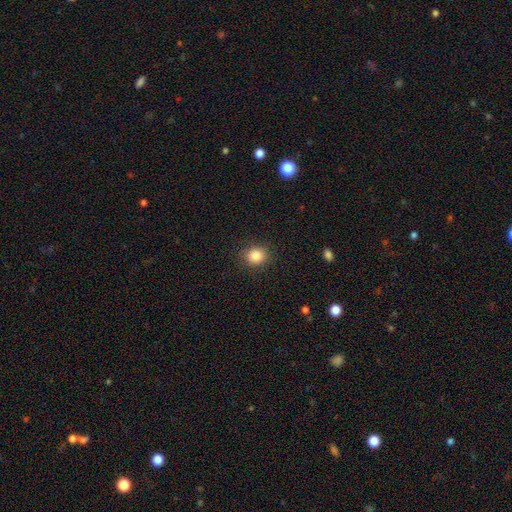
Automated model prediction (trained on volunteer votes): A smooth galaxy with no disk features (85%) that is round (77%). Merging: none (89%).